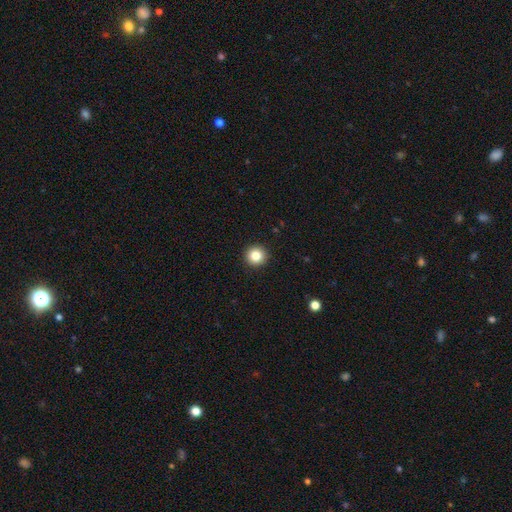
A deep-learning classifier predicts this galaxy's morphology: type=smooth (83%); roundness=round (96%); merging=none (94%).